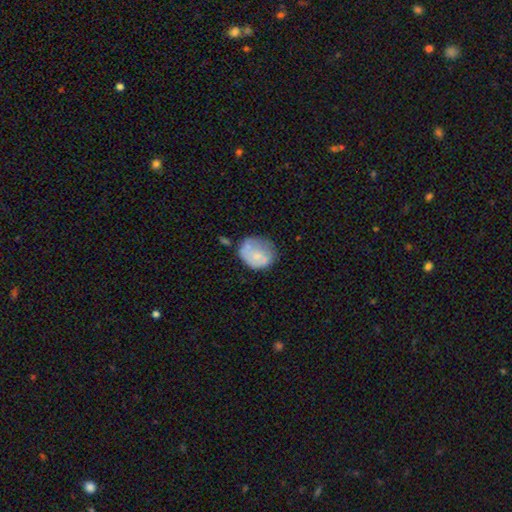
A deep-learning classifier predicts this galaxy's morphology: A smooth galaxy with no disk features (62%) that is round (64%).

Vote fractions:
- Smooth or featured? smooth: 62% / featured or disk: 30% / star or artifact: 8%
- How rounded? round: 64% / in between: 35% / cigar-shaped: 1%
- Merging? none: 46% / minor disturbance: 29% / major disturbance: 15% / merger: 11%